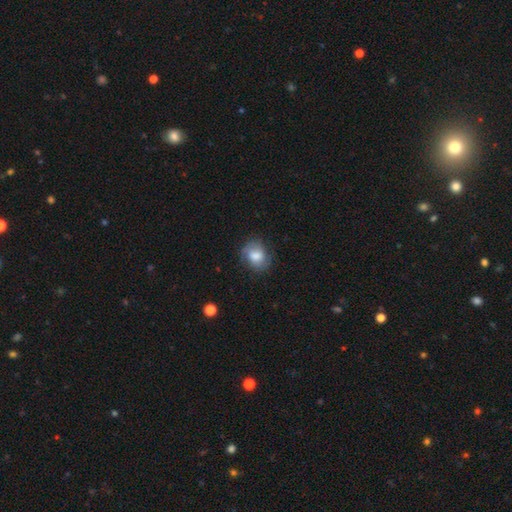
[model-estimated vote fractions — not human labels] Smooth or featured?
  - smooth: 64% *
  - featured or disk: 28%
  - star or artifact: 8%
How rounded?
  - in between: 52% *
  - round: 47%
  - cigar-shaped: 1%
Merging?
  - none: 66% *
  - minor disturbance: 23%
  - major disturbance: 9%
  - merger: 1%